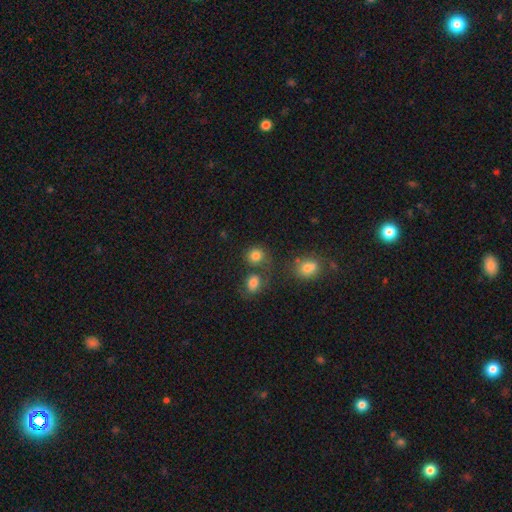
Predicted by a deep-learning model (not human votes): Overall: smooth (80%). How rounded: round (80%). Merging: none (61%; merger 22%).